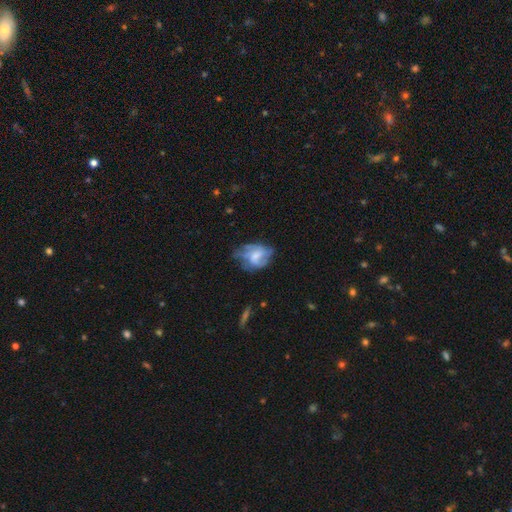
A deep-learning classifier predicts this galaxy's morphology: A featured or disk galaxy (58%) with no bar (53%), spiral arms (64%) and a moderate central bulge (37%). Merging: none (39%).